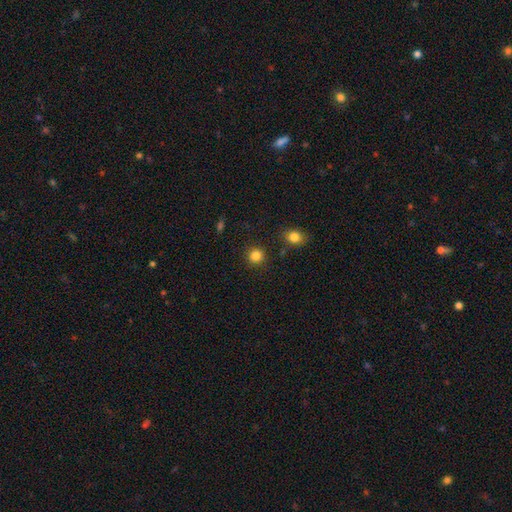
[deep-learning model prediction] Q: Smooth or featured?
A: smooth (84%); runner-up: star or artifact (12%)
Q: How rounded?
A: round (93%); runner-up: in between (6%)
Q: Merging?
A: none (89%); runner-up: minor disturbance (6%)